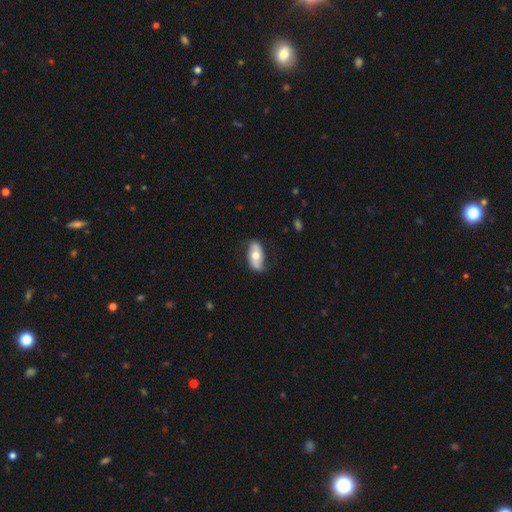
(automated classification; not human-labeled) Smooth or featured? smooth (52%)
How rounded? in between (91%)
Merging? none (75%)